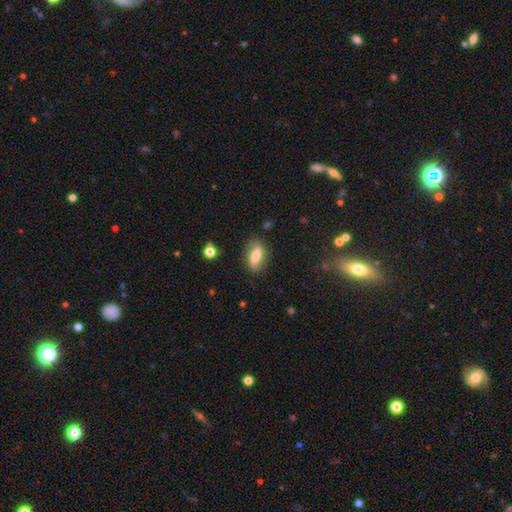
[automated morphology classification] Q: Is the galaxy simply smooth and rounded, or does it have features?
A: smooth — 59%.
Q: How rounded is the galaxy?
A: in between — 74%.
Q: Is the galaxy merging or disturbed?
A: none — 80%.